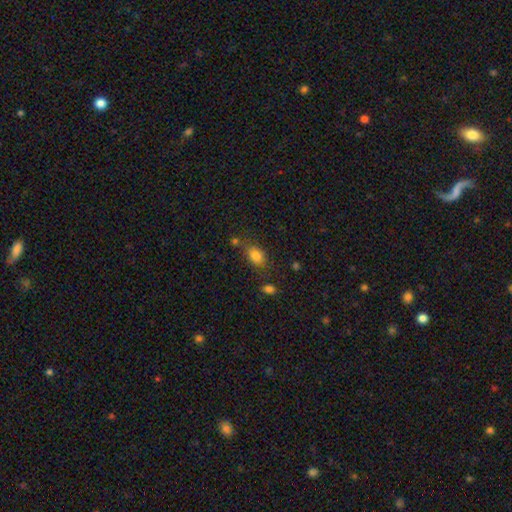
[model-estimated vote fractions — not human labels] Smooth or featured? smooth (82%)
How rounded? in between (77%)
Merging? none (70%)